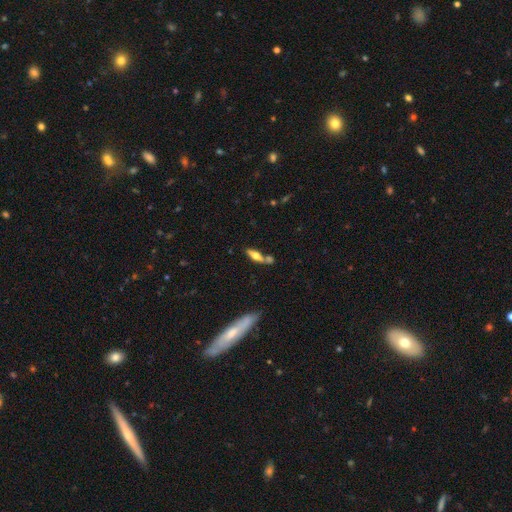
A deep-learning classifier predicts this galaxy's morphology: Smooth or featured?
  - featured or disk: 48% *
  - smooth: 45%
  - star or artifact: 7%
Merging?
  - none: 60% *
  - merger: 22%
  - minor disturbance: 14%
  - major disturbance: 5%